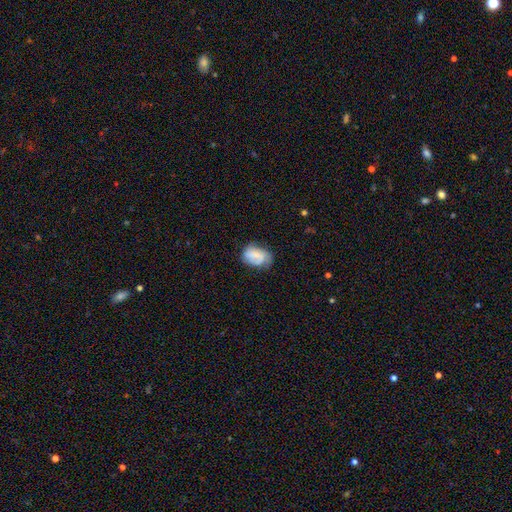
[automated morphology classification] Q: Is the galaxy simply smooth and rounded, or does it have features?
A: smooth — 54%.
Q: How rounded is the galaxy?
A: in between — 77%.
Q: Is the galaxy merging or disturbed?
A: none — 56%.